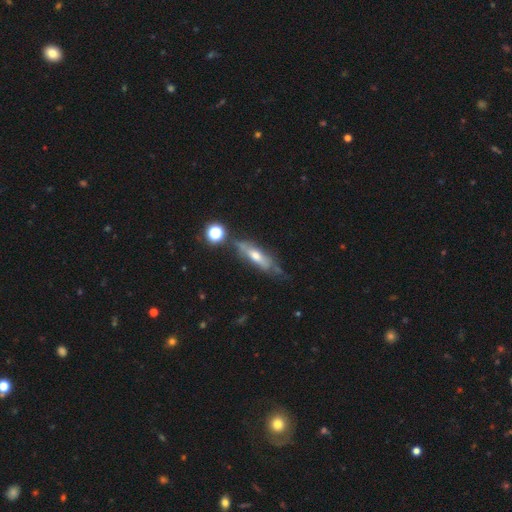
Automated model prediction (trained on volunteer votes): Smooth or featured? Predicted: featured or disk (p=0.59). Edge-on disk? Predicted: yes (p=0.60). Merging? Predicted: none (p=0.56).